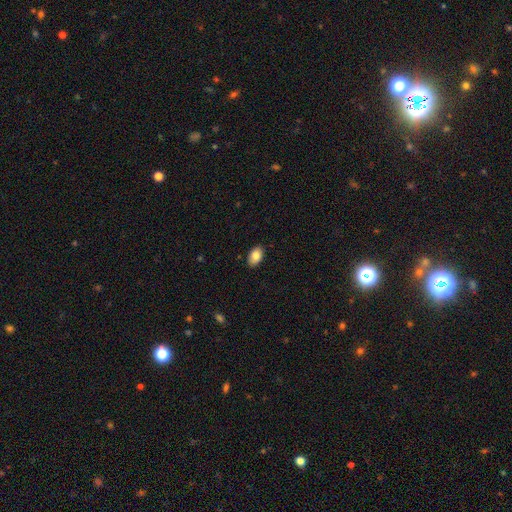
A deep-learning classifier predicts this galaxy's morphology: smooth-or-featured: smooth: 85% | featured or disk: 8% | star or artifact: 7%
  how-rounded: in between: 92% | round: 7% | cigar-shaped: 1%
  merging: none: 88% | minor disturbance: 9% | major disturbance: 2% | merger: 1%